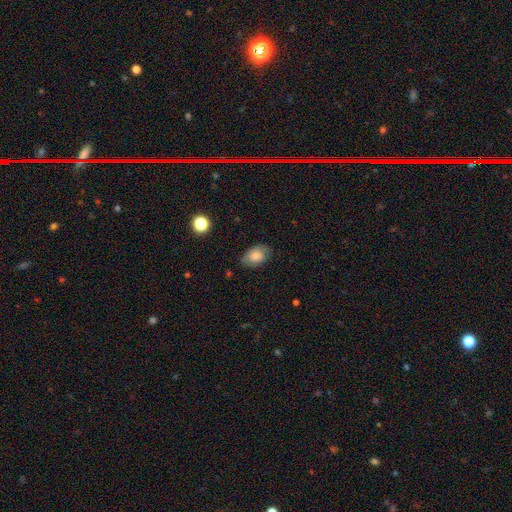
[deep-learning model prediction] Smooth or featured? smooth (80%)
How rounded? in between (87%)
Merging? none (76%)